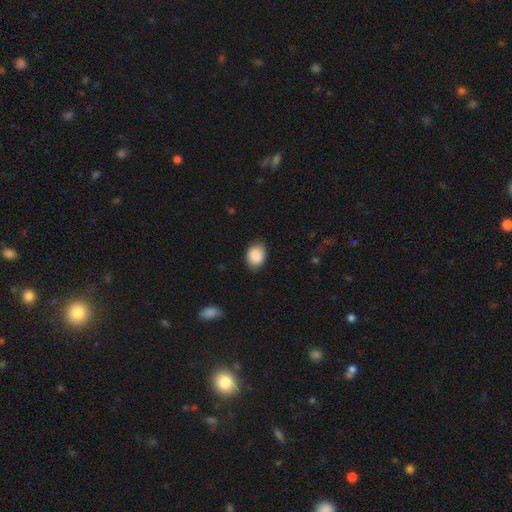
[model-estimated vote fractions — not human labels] The model was most divided on "how rounded": in between: 64%, round: 35%, cigar-shaped: 1%. More confident: smooth or featured — smooth (88%); merging — none (80%).